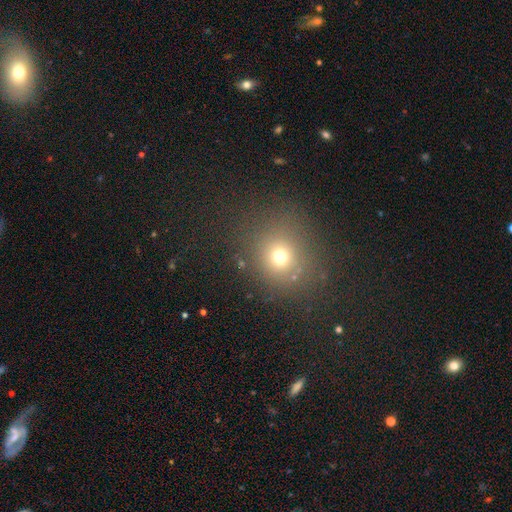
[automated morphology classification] Q: Smooth or featured?
A: smooth (60%); runner-up: star or artifact (32%)
Q: How rounded?
A: round (78%); runner-up: in between (20%)
Q: Merging?
A: none (85%); runner-up: minor disturbance (9%)